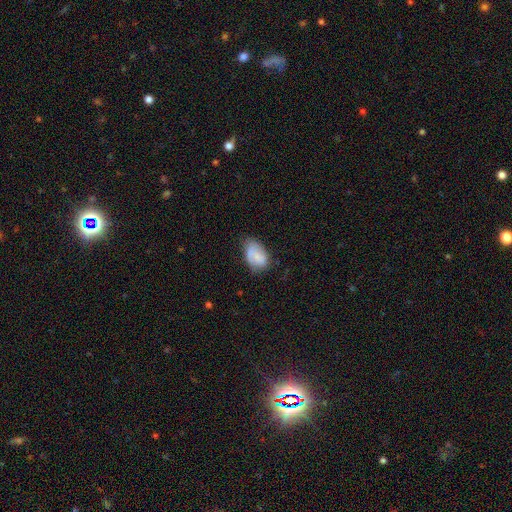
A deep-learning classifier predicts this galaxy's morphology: This appears to be a smooth galaxy with no disk features (68%) that is in between round and cigar-shaped (89%). Merging: none (58%).